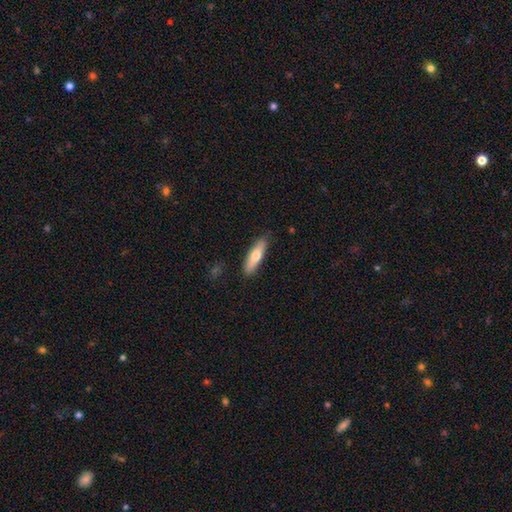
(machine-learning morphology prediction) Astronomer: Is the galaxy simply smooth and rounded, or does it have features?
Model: smooth — 64%.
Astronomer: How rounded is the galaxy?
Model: cigar-shaped — 65%.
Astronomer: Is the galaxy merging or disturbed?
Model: none — 87%.